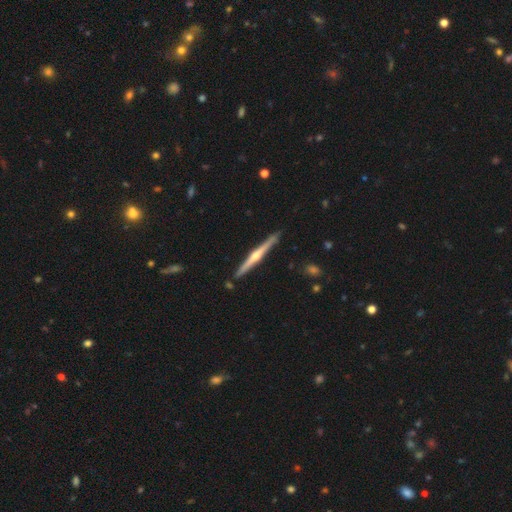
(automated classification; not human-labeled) A featured or disk galaxy (78%) viewed edge-on (98%) with a rounded central bulge (89%). Merging: none (90%).